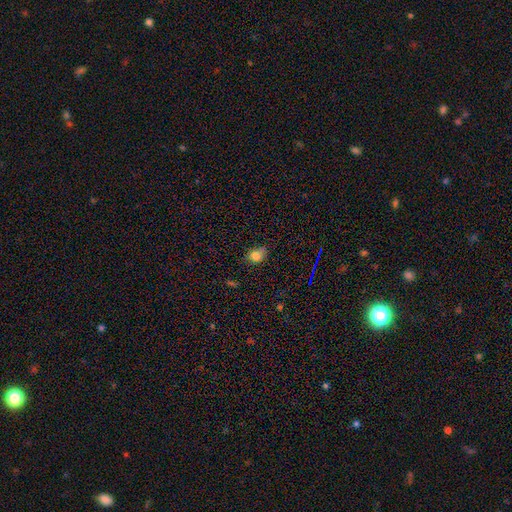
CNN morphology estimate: smooth-or-featured: smooth: 79% | star or artifact: 13% | featured or disk: 8%
  how-rounded: round: 52% | in between: 46% | cigar-shaped: 1%
  merging: none: 61% | minor disturbance: 29% | major disturbance: 7% | merger: 3%